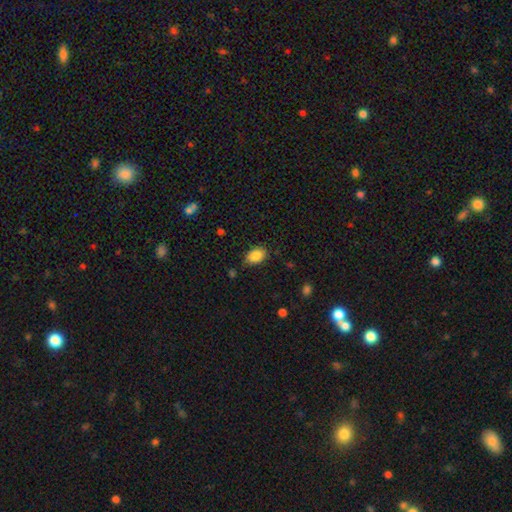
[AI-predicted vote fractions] Q: Smooth or featured?
A: smooth (85%); runner-up: star or artifact (8%)
Q: How rounded?
A: in between (86%); runner-up: round (12%)
Q: Merging?
A: none (81%); runner-up: minor disturbance (15%)